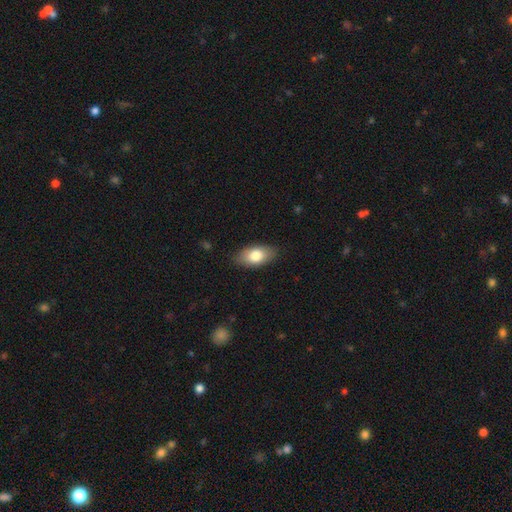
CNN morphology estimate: Smooth or featured? smooth (77%)
How rounded? in between (91%)
Merging? none (86%)